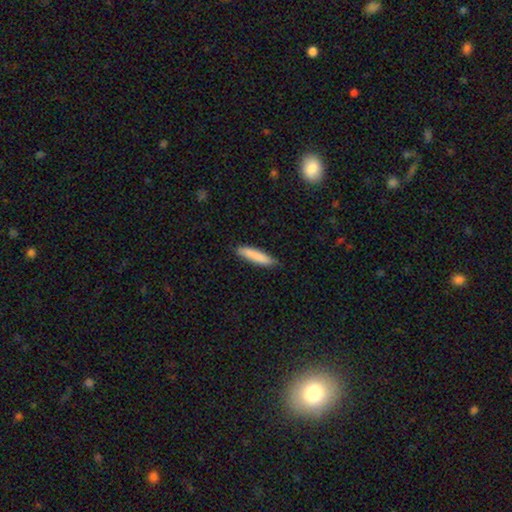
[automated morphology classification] This is clearly a smooth galaxy (85%). How rounded: clearly cigar-shaped (85%). Merging: clearly none (84%).